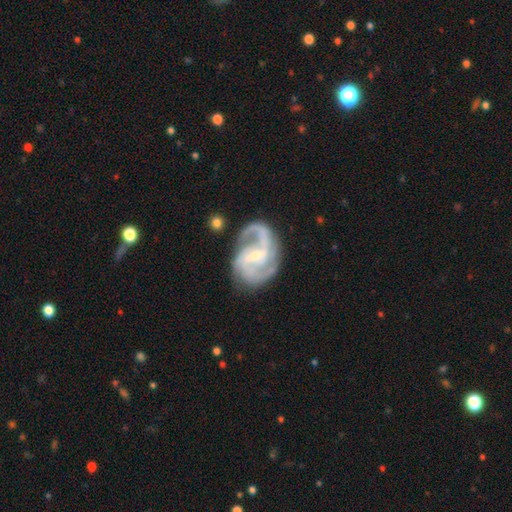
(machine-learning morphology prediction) Smooth or featured? Predicted: featured or disk (p=0.90). Edge-on disk? Predicted: no (p=0.98). Bar? Predicted: weak (p=0.51). Spiral arms? Predicted: yes (p=0.97). Spiral winding? Predicted: medium (p=0.53). Spiral arm count? Predicted: 2 (p=0.59). Bulge size? Predicted: small (p=0.62). Merging? Predicted: none (p=0.64).